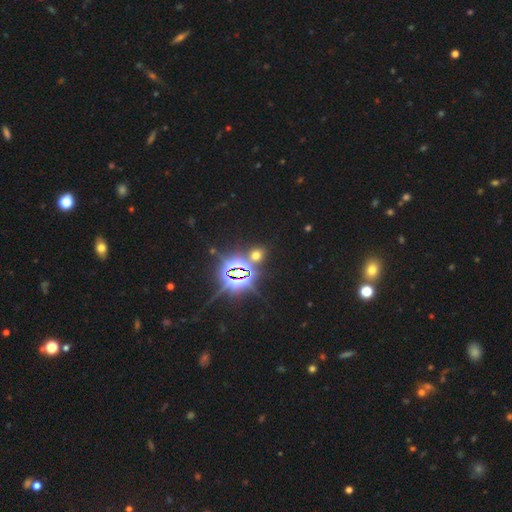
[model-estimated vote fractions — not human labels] Overall: star or artifact (57%; smooth 37%).